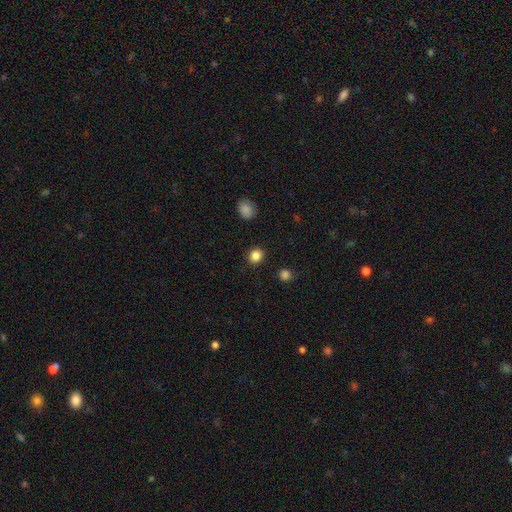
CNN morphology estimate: Smooth or featured?
  - smooth: 85% *
  - star or artifact: 11%
  - featured or disk: 4%
How rounded?
  - round: 78% *
  - in between: 21%
  - cigar-shaped: 1%
Merging?
  - none: 90% *
  - minor disturbance: 6%
  - major disturbance: 2%
  - merger: 2%